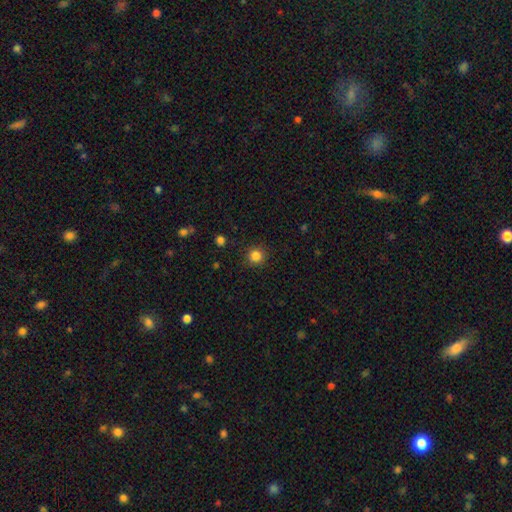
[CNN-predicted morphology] Smooth or featured? smooth (84%)
How rounded? round (93%)
Merging? none (89%)